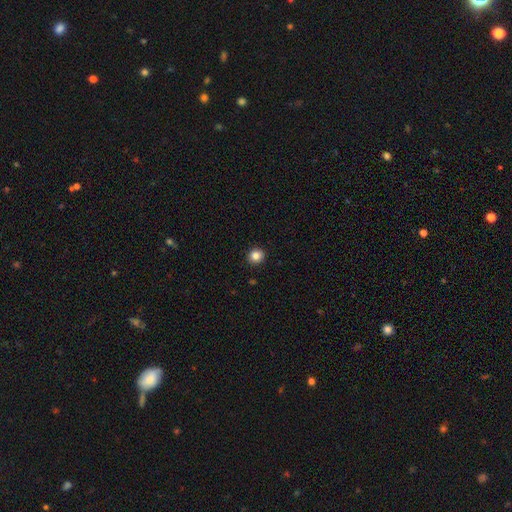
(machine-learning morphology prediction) type=smooth (85%); roundness=round (89%); merging=none (92%).